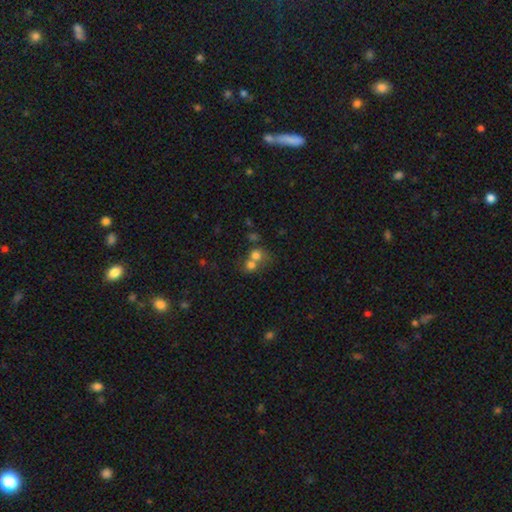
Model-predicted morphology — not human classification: smooth 71%, featured or disk 16%, star or artifact 14%. Down the decision tree: how rounded — round (76%); merging — merger (63%).